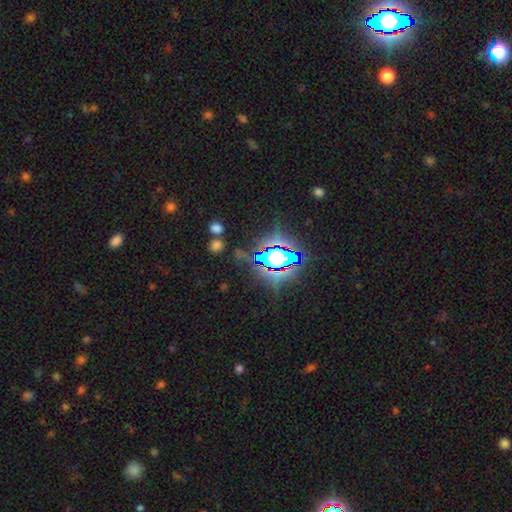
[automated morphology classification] Smooth or featured? Predicted: star or artifact (p=0.83).